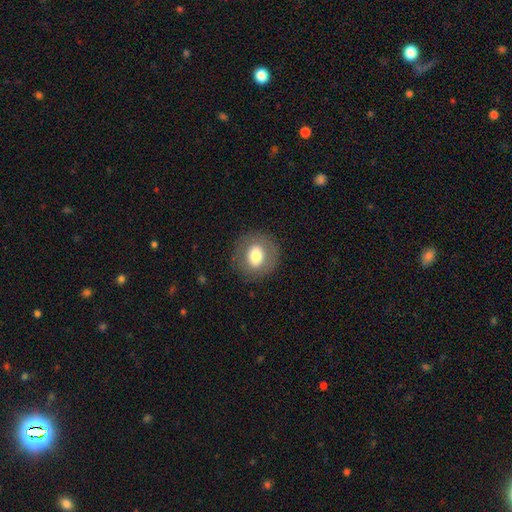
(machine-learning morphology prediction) Smooth or featured? smooth (69%)
How rounded? round (79%)
Merging? none (85%)